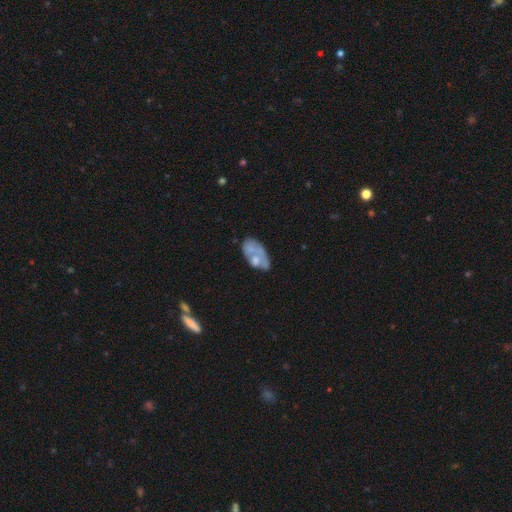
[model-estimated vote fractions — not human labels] A smooth galaxy with no disk features (46%, tied with featured or disk).

Vote fractions:
- Smooth or featured? smooth: 46% (tied) / featured or disk: 46% (tied) / star or artifact: 8%
- Merging? none: 35% / minor disturbance: 25% / major disturbance: 23% / merger: 17%